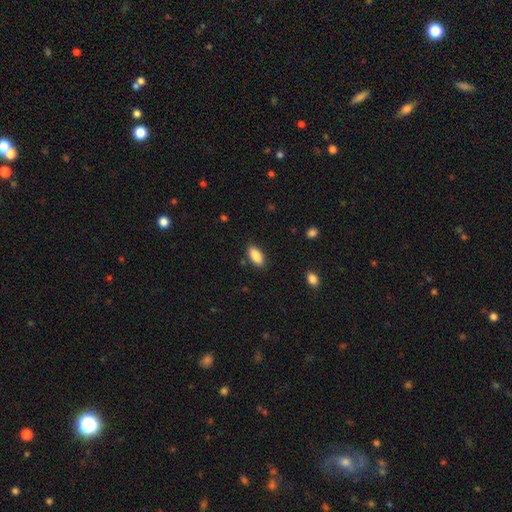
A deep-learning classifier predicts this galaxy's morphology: This is clearly a smooth galaxy (88%). How rounded: clearly in between (91%). Merging: clearly none (87%).